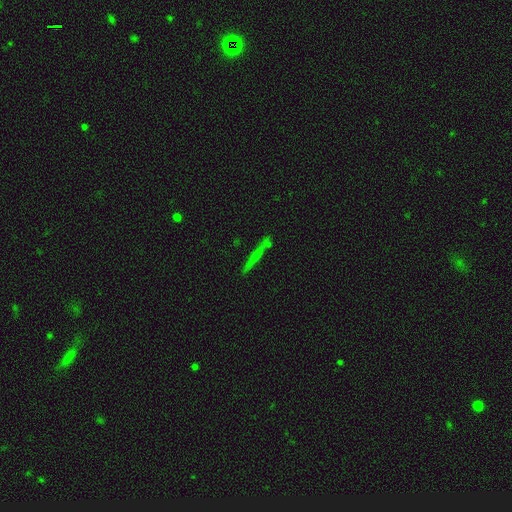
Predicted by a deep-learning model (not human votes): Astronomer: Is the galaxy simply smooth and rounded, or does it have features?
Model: smooth — 50% (runner-up: featured or disk, 39%).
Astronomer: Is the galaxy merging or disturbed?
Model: none — 80%.